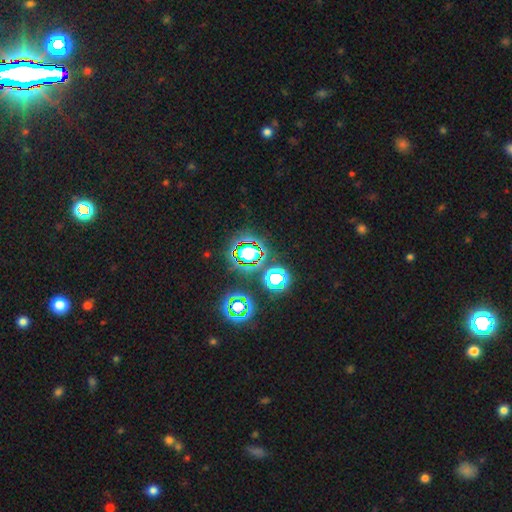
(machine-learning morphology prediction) Smooth or featured? star or artifact (78%)